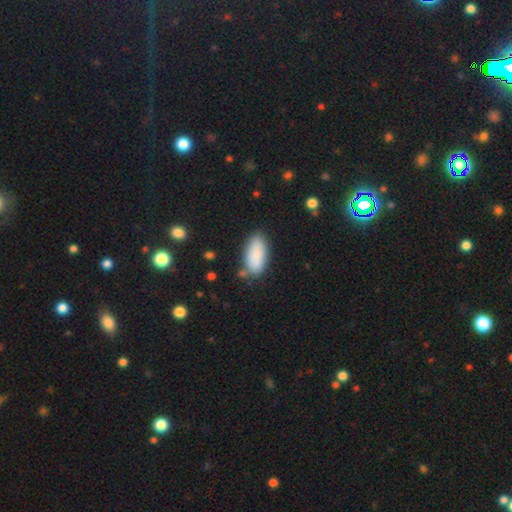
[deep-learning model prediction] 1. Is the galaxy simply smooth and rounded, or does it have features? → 88% smooth, 6% star or artifact, 6% featured or disk.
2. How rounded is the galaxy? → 89% in between, 9% cigar-shaped, 2% round.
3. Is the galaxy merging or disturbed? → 79% none, 15% minor disturbance, 4% major disturbance, 3% merger.